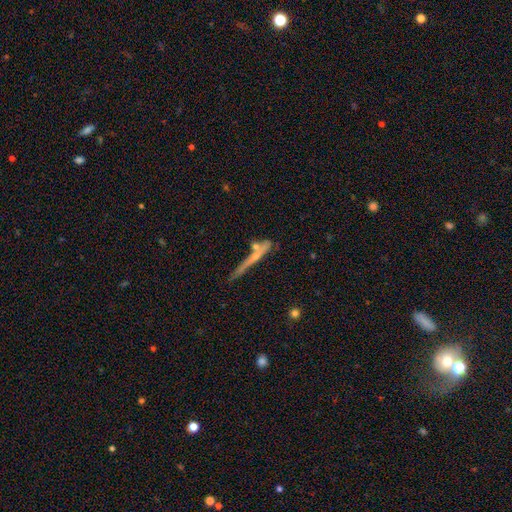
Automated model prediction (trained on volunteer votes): featured or disk 50%, smooth 39%, star or artifact 10%. Down the decision tree: edge-on disk — yes (89%); merging — none (62%).